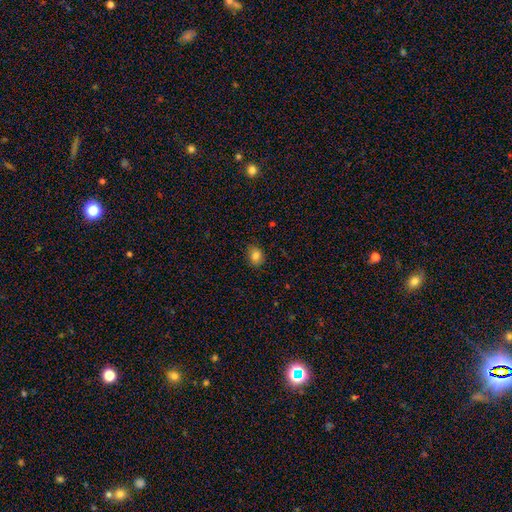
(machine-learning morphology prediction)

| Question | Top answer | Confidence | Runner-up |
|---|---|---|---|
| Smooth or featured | smooth | 83% | star or artifact (11%) |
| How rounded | round | 50% | in between (49%) |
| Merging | none | 84% | minor disturbance (13%) |